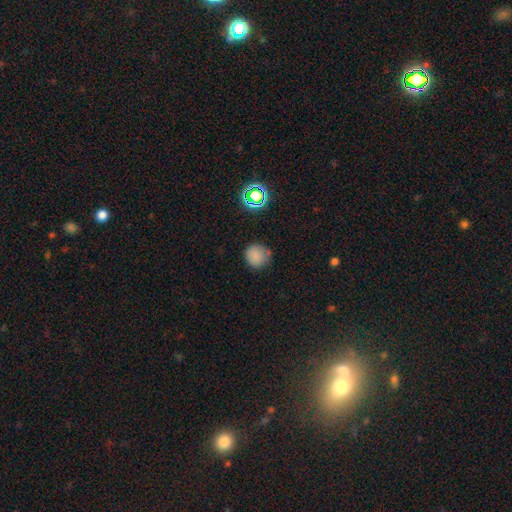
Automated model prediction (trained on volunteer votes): A smooth galaxy with no disk features (80%) that is round (92%).

Vote fractions:
- Smooth or featured? smooth: 80% / star or artifact: 14% / featured or disk: 6%
- How rounded? round: 92% / in between: 7% / cigar-shaped: 1%
- Merging? none: 76% / minor disturbance: 18% / major disturbance: 4% / merger: 2%